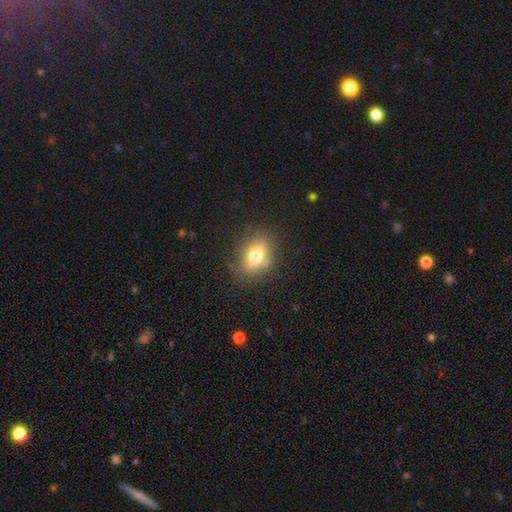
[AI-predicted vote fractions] smooth 72%, featured or disk 17%, star or artifact 11%. Down the decision tree: how rounded — in between (78%); merging — none (74%).